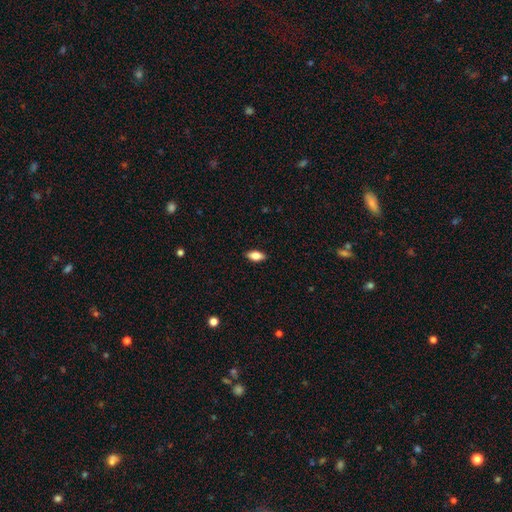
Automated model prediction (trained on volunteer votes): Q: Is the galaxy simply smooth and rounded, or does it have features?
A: smooth — 79%.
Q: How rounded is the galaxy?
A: in between — 86%.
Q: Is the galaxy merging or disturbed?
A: none — 88%.